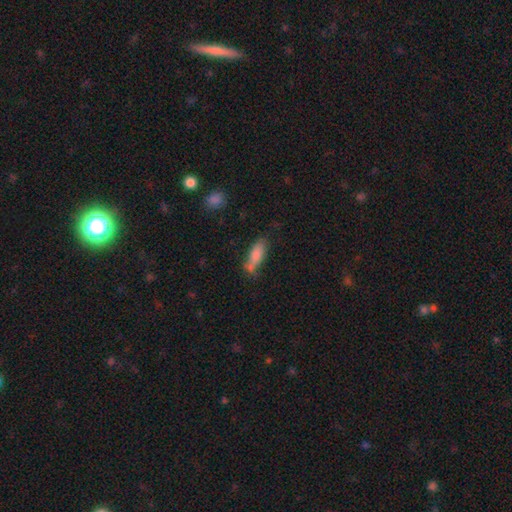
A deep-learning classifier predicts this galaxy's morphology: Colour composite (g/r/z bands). It shows a smooth galaxy with no disk features (80%) that is in between round and cigar-shaped (61%). Merging: none (51%).